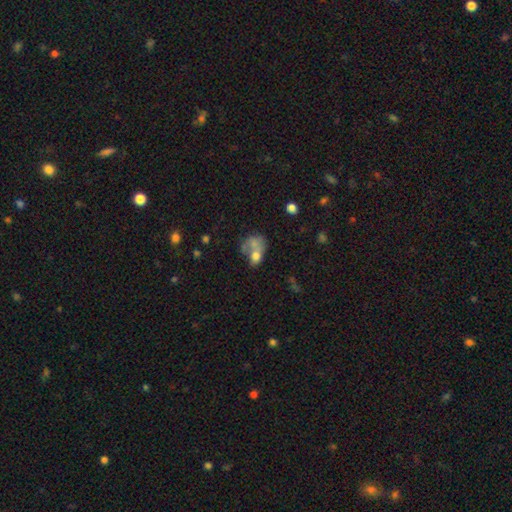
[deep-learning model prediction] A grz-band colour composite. It shows a smooth galaxy with no disk features (62%) that is in between round and cigar-shaped (67%). Merging: merger (53%).